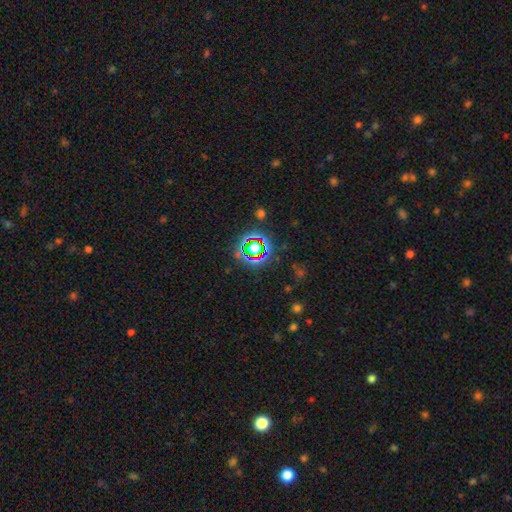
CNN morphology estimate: Smooth or featured?
  - star or artifact: 68% *
  - smooth: 21%
  - featured or disk: 11%